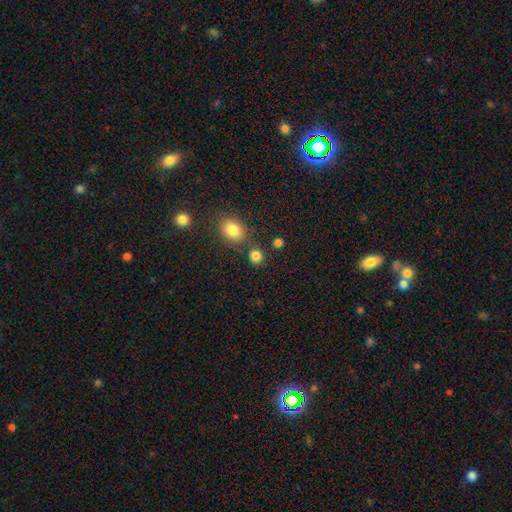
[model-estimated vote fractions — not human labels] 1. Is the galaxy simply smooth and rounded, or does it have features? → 83% smooth, 12% star or artifact, 5% featured or disk.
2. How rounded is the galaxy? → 79% round, 20% in between, 1% cigar-shaped.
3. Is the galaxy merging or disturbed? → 77% none, 11% merger, 9% minor disturbance, 3% major disturbance.